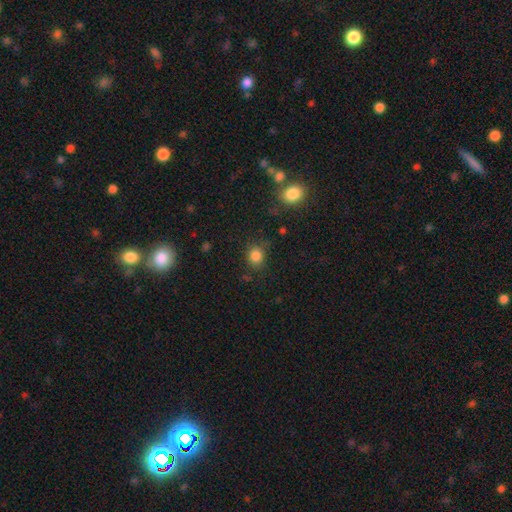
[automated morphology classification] Q: Smooth or featured?
A: smooth (84%); runner-up: star or artifact (12%)
Q: How rounded?
A: round (76%); runner-up: in between (23%)
Q: Merging?
A: none (78%); runner-up: minor disturbance (14%)